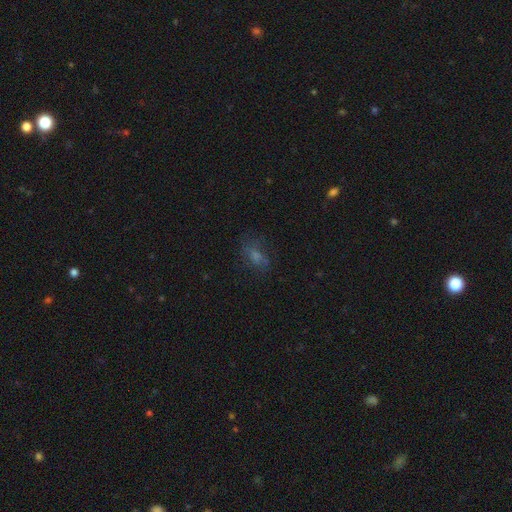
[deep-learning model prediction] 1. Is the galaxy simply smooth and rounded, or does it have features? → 43% smooth, 29% star or artifact, 28% featured or disk.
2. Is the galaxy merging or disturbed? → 66% none, 19% minor disturbance, 12% major disturbance, 2% merger.